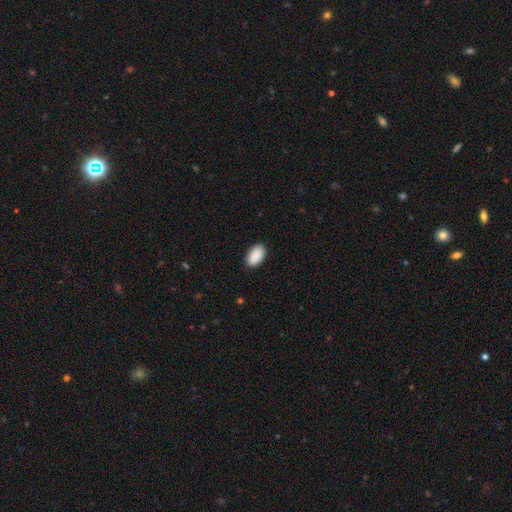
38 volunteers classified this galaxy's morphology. Smooth or featured?
  - smooth: 100% *
  - featured or disk: 0%
  - star or artifact: 0%
How rounded?
  - in between: 97% *
  - cigar-shaped: 3%
  - round: 0%
Merging?
  - none: 92% *
  - minor disturbance: 5%
  - major disturbance: 3%
  - merger: 0%